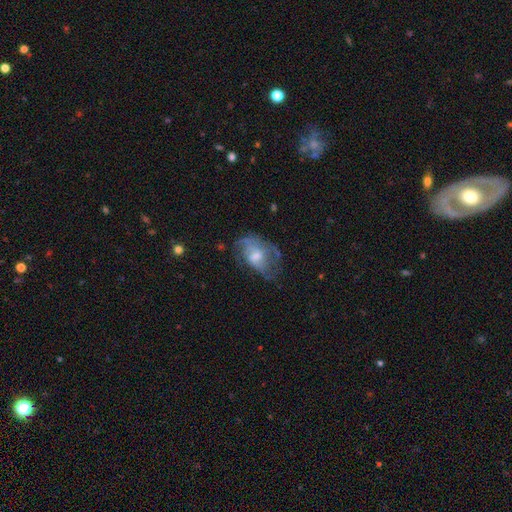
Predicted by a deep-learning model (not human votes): A featured or disk galaxy (65%) with no bar (58%), spiral arms (69%) and a moderate central bulge (53%).

Vote fractions:
- Smooth or featured? featured or disk: 65% / smooth: 26% / star or artifact: 9%
- Edge-on disk? no: 96% / yes: 4%
- Bar? no: 58% / weak: 36% / strong: 6%
- Spiral arms? yes: 69% / no: 31%
- Bulge size? moderate: 53% / small: 32% / large: 8% / none: 6% / dominant: 1%
- Merging? none: 47% / minor disturbance: 25% / major disturbance: 25% / merger: 2%